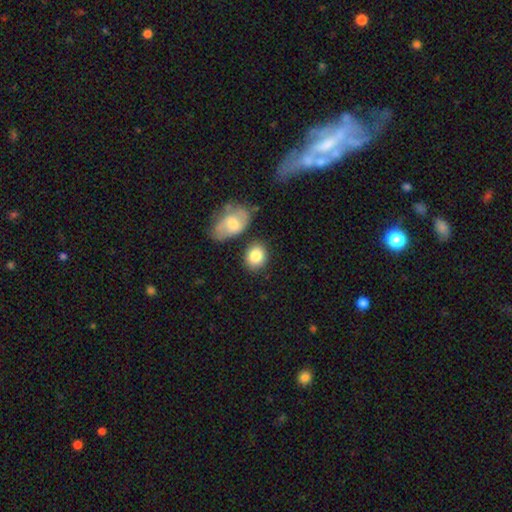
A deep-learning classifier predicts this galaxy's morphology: A smooth galaxy with no disk features (83%) that is round (49%, tied with in between). Merging: none (69%).